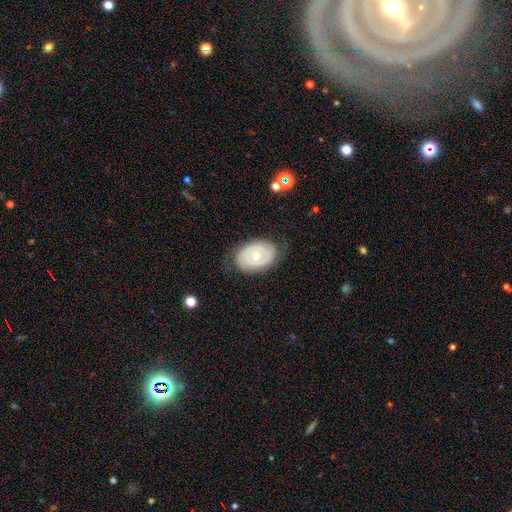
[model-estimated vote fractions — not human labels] Smooth or featured?
  - featured or disk: 55% *
  - smooth: 39%
  - star or artifact: 6%
Edge-on disk?
  - no: 93% *
  - yes: 7%
Bar?
  - no: 76% *
  - weak: 18%
  - strong: 5%
Spiral arms?
  - no: 74% *
  - yes: 26%
Bulge size?
  - moderate: 59% *
  - small: 37%
  - large: 3%
  - none: 1%
  - dominant: 1%
Merging?
  - none: 77% *
  - minor disturbance: 16%
  - major disturbance: 6%
  - merger: 1%